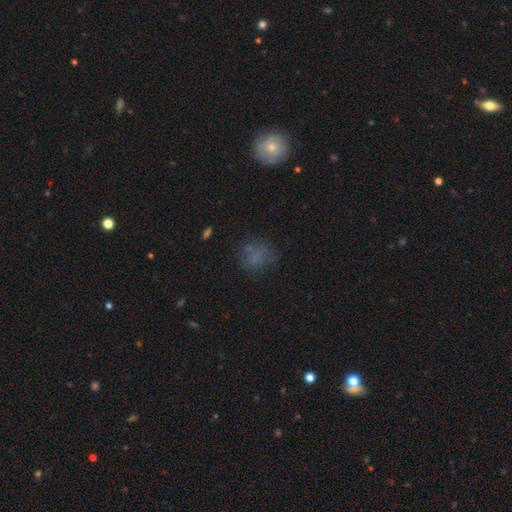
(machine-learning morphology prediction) The model was most divided on "how rounded": round: 66%, in between: 32%, cigar-shaped: 2%. More confident: smooth or featured — smooth (63%); merging — none (62%).